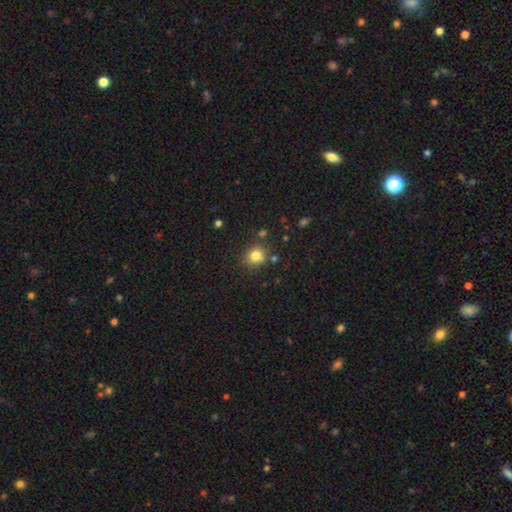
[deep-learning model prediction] Overall: smooth (79%). How rounded: round (81%). Merging: none (74%).